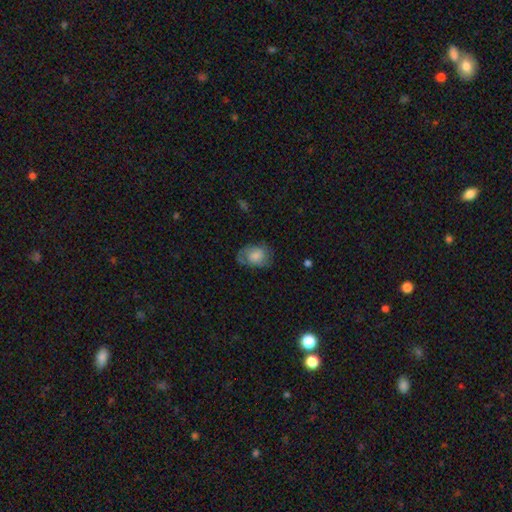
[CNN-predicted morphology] smooth 62%, featured or disk 30%, star or artifact 8%. Down the decision tree: how rounded — in between (69%); merging — none (57%).